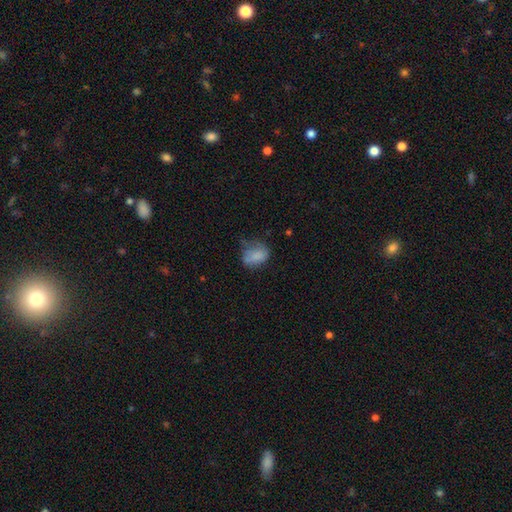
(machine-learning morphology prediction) A smooth galaxy with no disk features (74%) that is in between round and cigar-shaped (73%). Merging: none (35%, tied with minor disturbance).